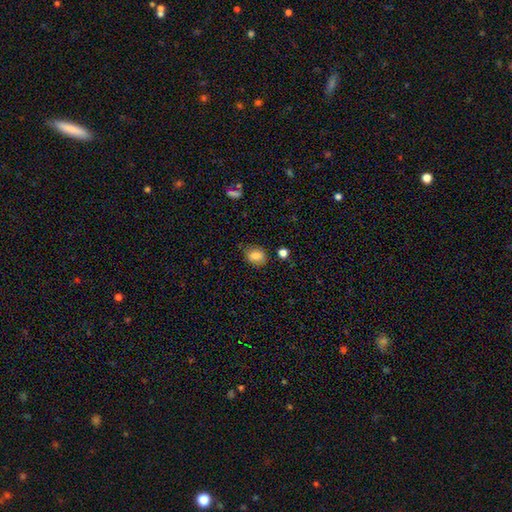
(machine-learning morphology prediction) Smooth or featured?
  - smooth: 83% *
  - star or artifact: 10%
  - featured or disk: 8%
How rounded?
  - in between: 57% *
  - round: 42%
  - cigar-shaped: 1%
Merging?
  - none: 71% *
  - minor disturbance: 21%
  - major disturbance: 5%
  - merger: 3%